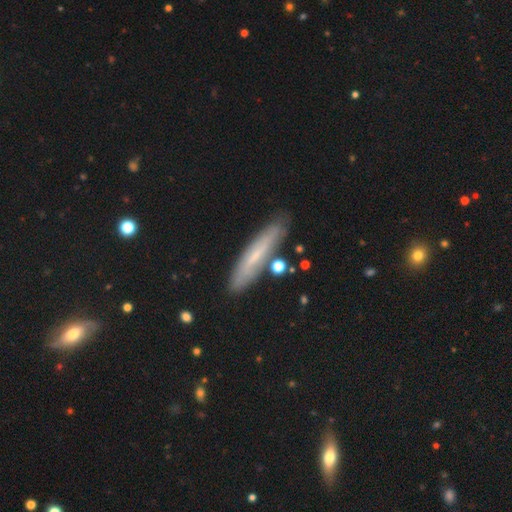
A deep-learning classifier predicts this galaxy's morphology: Overall: smooth (53%; featured or disk 39%). How rounded: cigar-shaped (86%). Merging: none (83%).